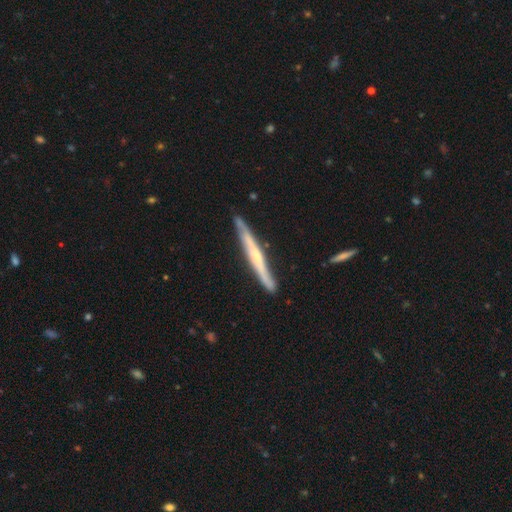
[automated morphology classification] A featured or disk galaxy (65%) viewed edge-on (94%) with no central bulge (49%).

Vote fractions:
- Smooth or featured? featured or disk: 65% / smooth: 30% / star or artifact: 5%
- Edge-on disk? yes: 94% / no: 6%
- Edge-on bulge? none: 49% / rounded: 41% / boxy: 10%
- Merging? none: 83% / minor disturbance: 13% / major disturbance: 2% / merger: 2%